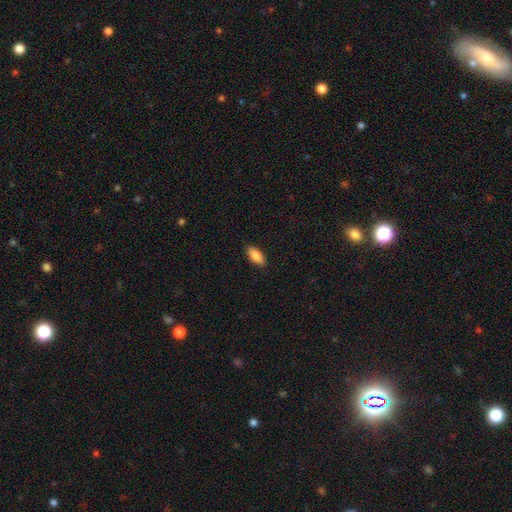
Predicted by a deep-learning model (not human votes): A smooth galaxy with no disk features (88%) that is in between round and cigar-shaped (88%). Merging: none (89%).